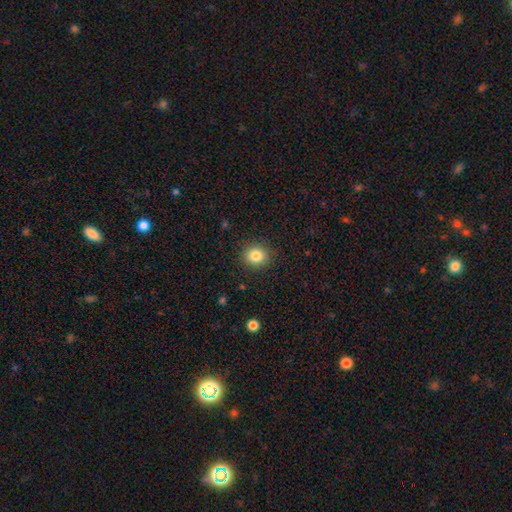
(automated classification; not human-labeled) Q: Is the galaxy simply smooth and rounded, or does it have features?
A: smooth — 83%.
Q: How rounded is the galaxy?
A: round — 82%.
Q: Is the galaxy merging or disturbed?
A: none — 89%.